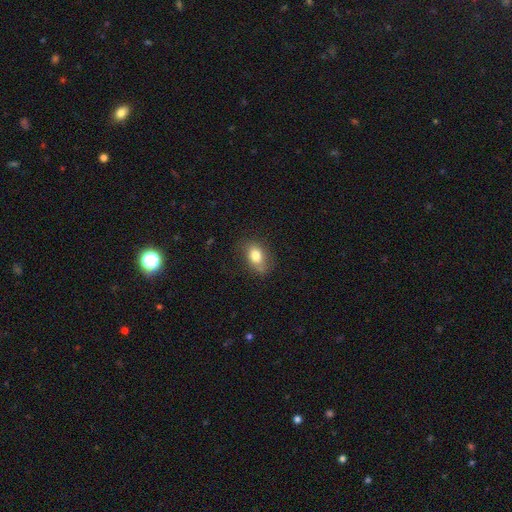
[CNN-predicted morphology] smooth-or-featured: smooth: 79% | featured or disk: 12% | star or artifact: 9%
  how-rounded: in between: 82% | round: 16% | cigar-shaped: 2%
  merging: none: 70% | minor disturbance: 22% | major disturbance: 7% | merger: 2%